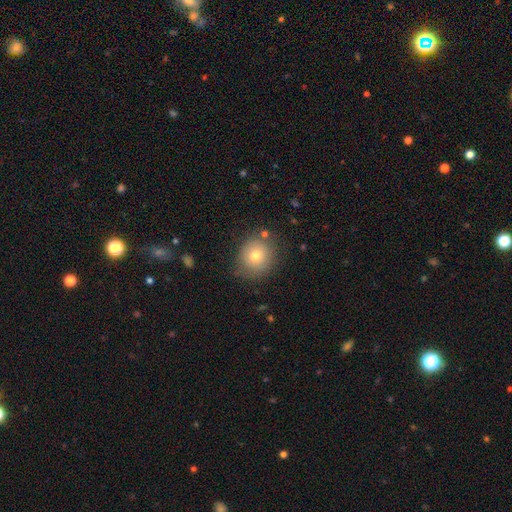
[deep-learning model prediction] Smooth or featured? Predicted: smooth (p=0.74). How rounded? Predicted: round (p=0.81). Merging? Predicted: none (p=0.77).